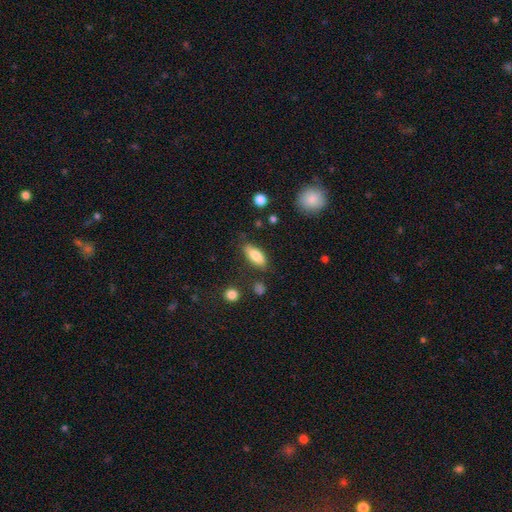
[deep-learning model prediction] A smooth galaxy with no disk features (81%) that is in between round and cigar-shaped (78%).

Vote fractions:
- Smooth or featured? smooth: 81% / featured or disk: 12% / star or artifact: 7%
- How rounded? in between: 78% / cigar-shaped: 20% / round: 3%
- Merging? none: 77% / minor disturbance: 16% / major disturbance: 4% / merger: 3%